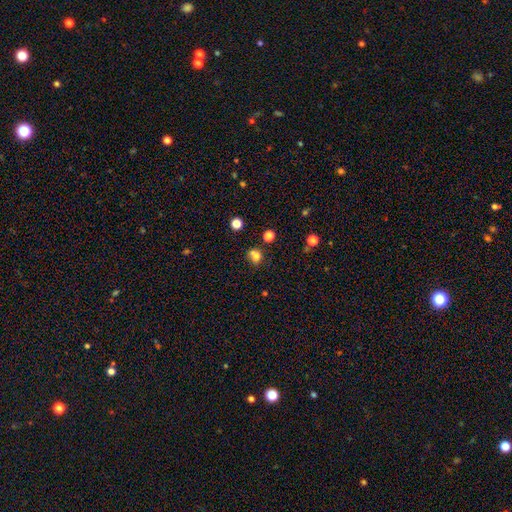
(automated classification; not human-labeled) A smooth galaxy with no disk features (70%) that is round (66%). Merging: none (41%).